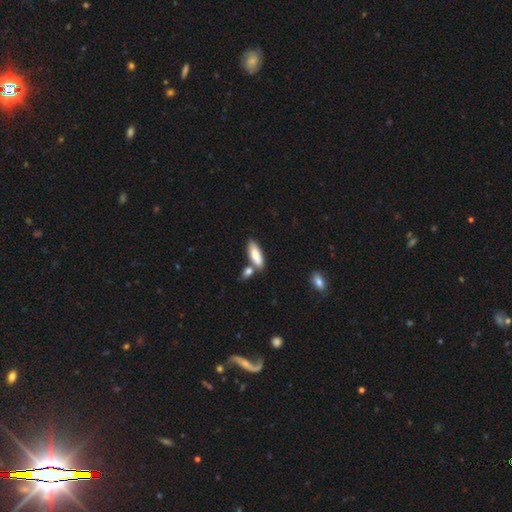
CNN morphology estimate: Smooth or featured?
  - smooth: 83% *
  - featured or disk: 11%
  - star or artifact: 6%
How rounded?
  - in between: 66% *
  - cigar-shaped: 32%
  - round: 2%
Merging?
  - none: 56% *
  - merger: 27%
  - minor disturbance: 13%
  - major disturbance: 4%